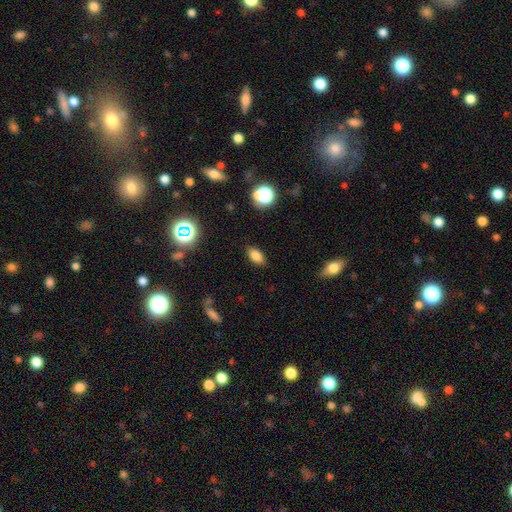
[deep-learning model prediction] This appears to be a smooth galaxy with no disk features (80%) that is in between round and cigar-shaped (88%). Merging: none (87%).